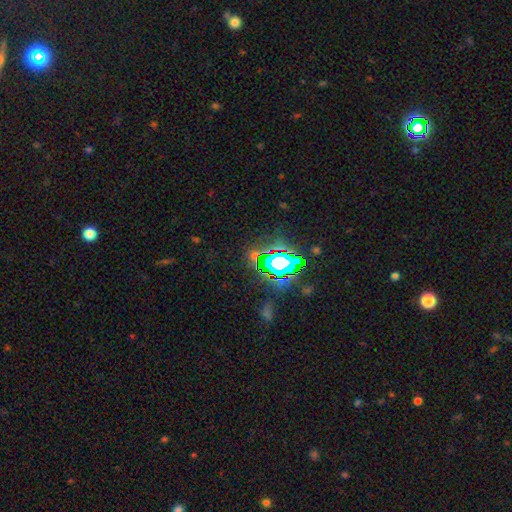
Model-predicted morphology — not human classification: smooth-or-featured: star or artifact: 69% | smooth: 19% | featured or disk: 12%